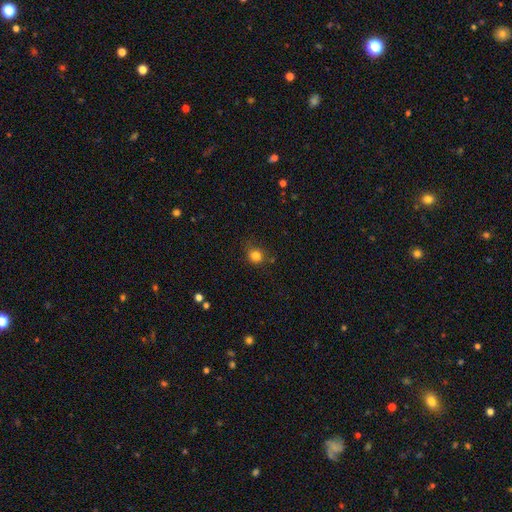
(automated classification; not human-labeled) Morphology: type=smooth (82%); roundness=round (86%); merging=none (77%).